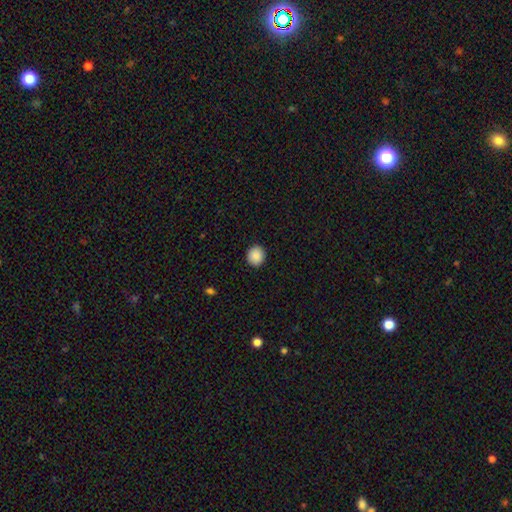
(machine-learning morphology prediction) The model was most divided on "how rounded": round: 85%, in between: 14%, cigar-shaped: 1%. More confident: merging — none (92%); smooth or featured — smooth (88%).